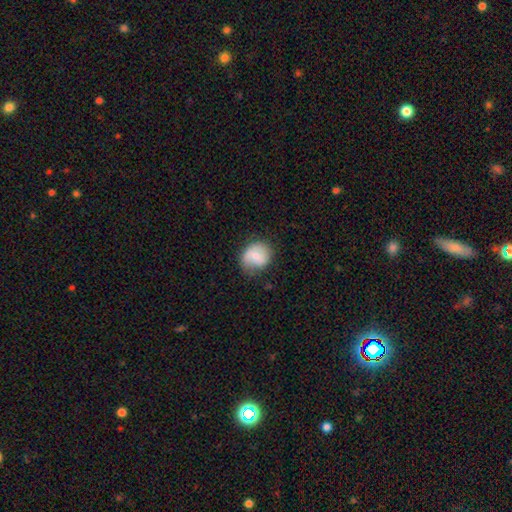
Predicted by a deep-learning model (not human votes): This appears to be a smooth galaxy with no disk features (64%) that is round (70%). Merging: none (65%).